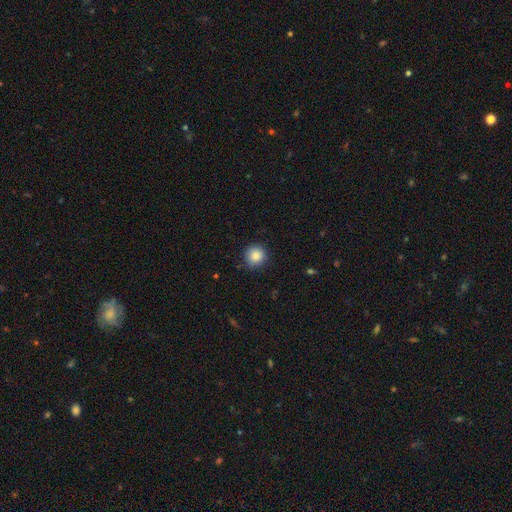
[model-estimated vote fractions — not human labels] Smooth or featured?
  - smooth: 85% *
  - star or artifact: 10%
  - featured or disk: 6%
How rounded?
  - round: 94% *
  - in between: 5%
  - cigar-shaped: 1%
Merging?
  - none: 87% *
  - minor disturbance: 9%
  - major disturbance: 2%
  - merger: 1%